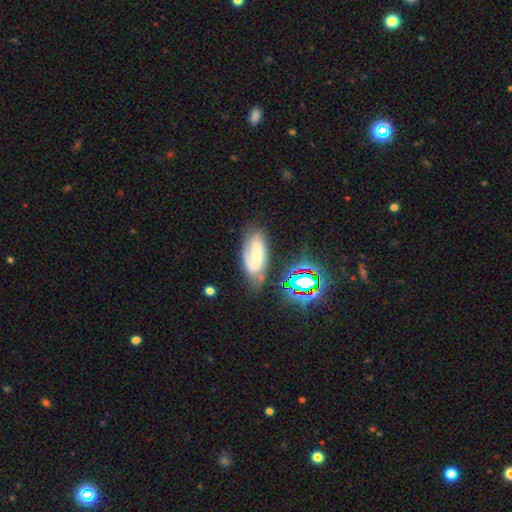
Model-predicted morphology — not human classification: Q: Smooth or featured?
A: featured or disk (68%); runner-up: smooth (20%)
Q: Edge-on disk?
A: no (94%); runner-up: yes (6%)
Q: Bar?
A: weak (43%); runner-up: no (38%)
Q: Spiral arms?
A: yes (93%); runner-up: no (7%)
Q: Spiral winding?
A: medium (43%); runner-up: tight (39%)
Q: Spiral arm count?
A: 2 (62%); runner-up: 1 (19%)
Q: Bulge size?
A: small (51%); runner-up: moderate (31%)
Q: Merging?
A: none (65%); runner-up: minor disturbance (22%)